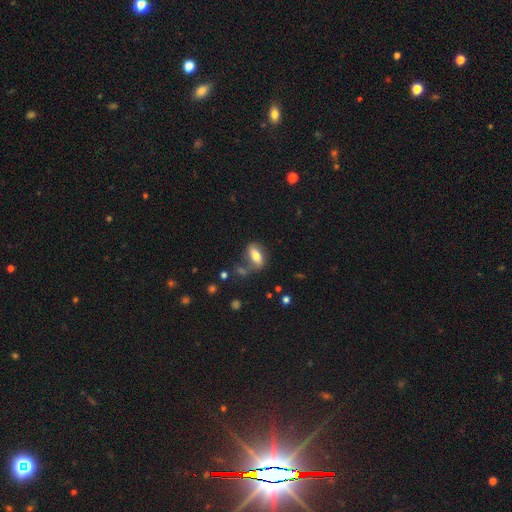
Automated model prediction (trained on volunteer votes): A smooth galaxy with no disk features (65%) that is in between round and cigar-shaped (82%). Merging: none (58%).